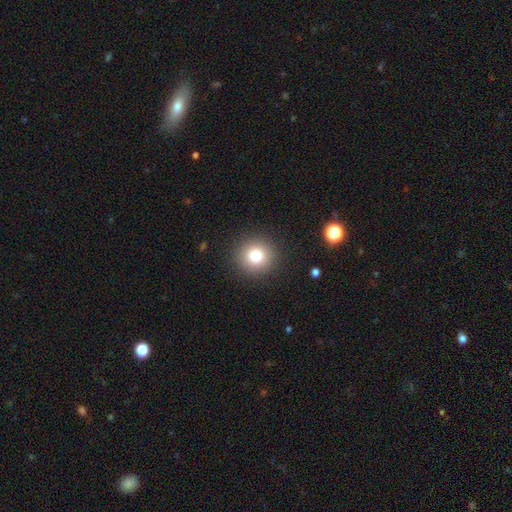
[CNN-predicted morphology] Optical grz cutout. It shows a smooth galaxy with no disk features (80%) that is round (93%). Merging: none (91%).